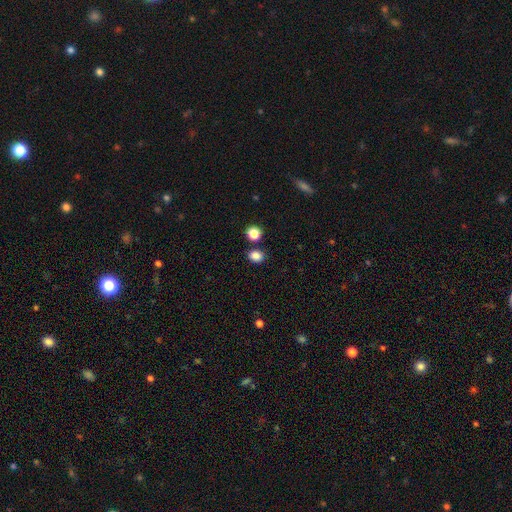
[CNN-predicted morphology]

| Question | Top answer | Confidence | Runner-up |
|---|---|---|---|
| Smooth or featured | smooth | 85% | star or artifact (11%) |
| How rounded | round | 55% | in between (43%) |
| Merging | none | 77% | merger (11%) |